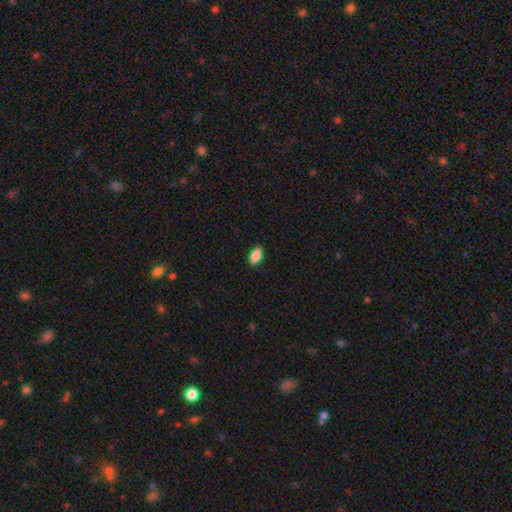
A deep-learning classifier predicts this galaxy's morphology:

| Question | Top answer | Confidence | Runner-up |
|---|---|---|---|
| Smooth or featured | smooth | 87% | star or artifact (7%) |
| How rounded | in between | 92% | cigar-shaped (4%) |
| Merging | none | 90% | minor disturbance (8%) |